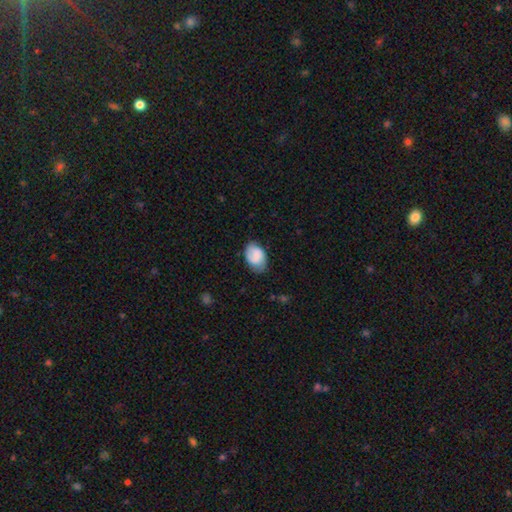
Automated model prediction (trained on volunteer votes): This is likely a smooth galaxy (69%). How rounded: clearly in between (84%). Merging: likely none (68%).